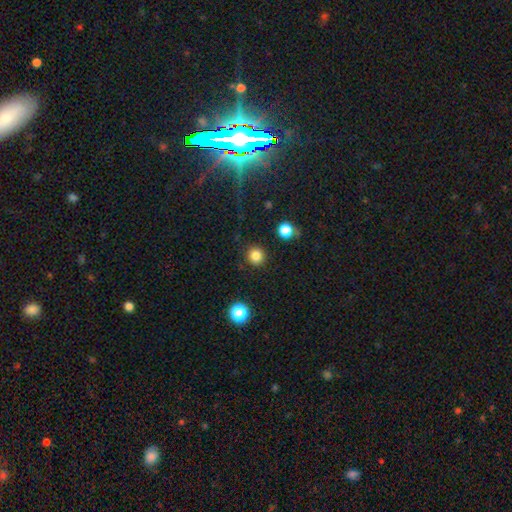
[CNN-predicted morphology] This appears to be a smooth galaxy with no disk features (83%) that is round (94%). Merging: none (90%).